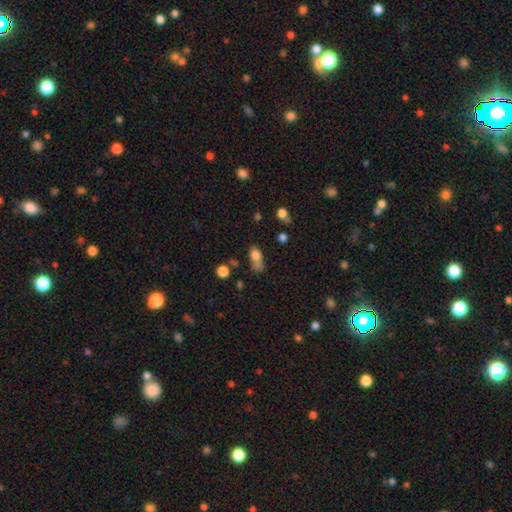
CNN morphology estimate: smooth-or-featured: smooth: 77% | star or artifact: 12% | featured or disk: 11%
  how-rounded: in between: 76% | round: 18% | cigar-shaped: 6%
  merging: none: 33% | minor disturbance: 28% | major disturbance: 22% | merger: 16%